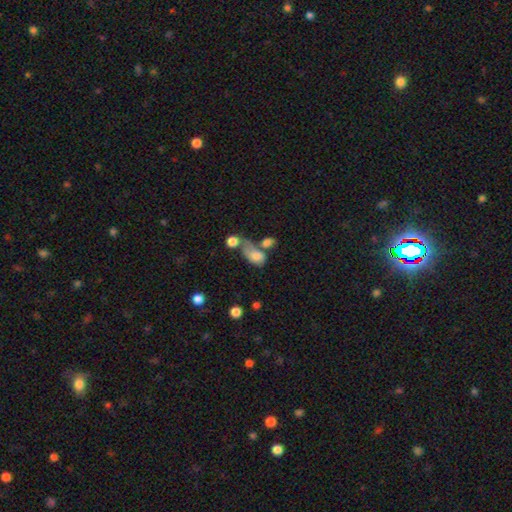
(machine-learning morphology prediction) Smooth or featured? Predicted: smooth (p=0.73). How rounded? Predicted: in between (p=0.83). Merging? Predicted: merger (p=0.44).